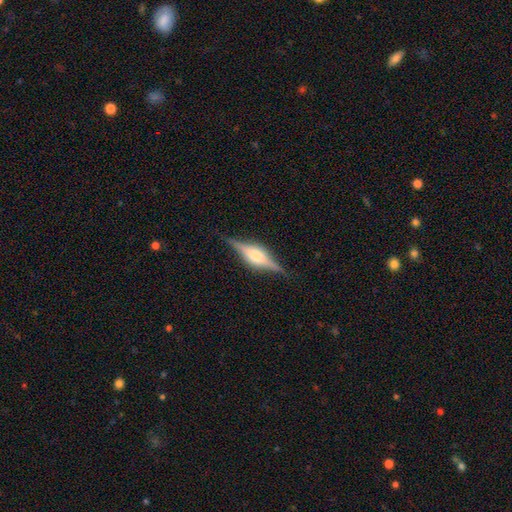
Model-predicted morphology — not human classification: This is likely a featured or disk galaxy (78%). It is clearly viewed edge-on (97%). Edge-on bulge: clearly rounded (81%). Merging: clearly none (86%).